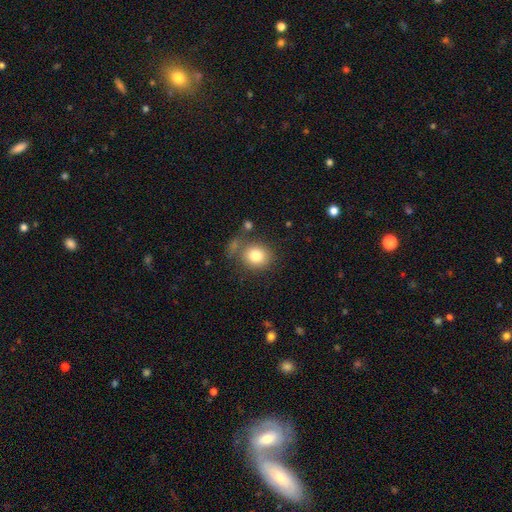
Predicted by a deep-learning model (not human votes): The model was most divided on "how rounded": round: 75%, in between: 24%, cigar-shaped: 1%. More confident: smooth or featured — smooth (81%); merging — none (68%).